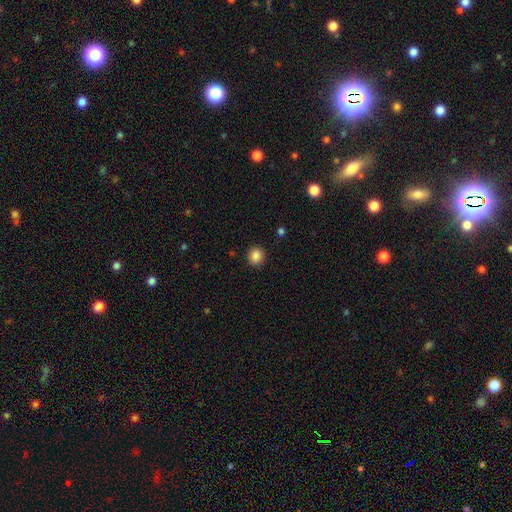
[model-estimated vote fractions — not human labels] smooth_or_featured: smooth (p=0.86) [alt: star or artifact p=0.10]
how_rounded: round (p=0.88) [alt: in between p=0.11]
merging: none (p=0.91) [alt: minor disturbance p=0.06]